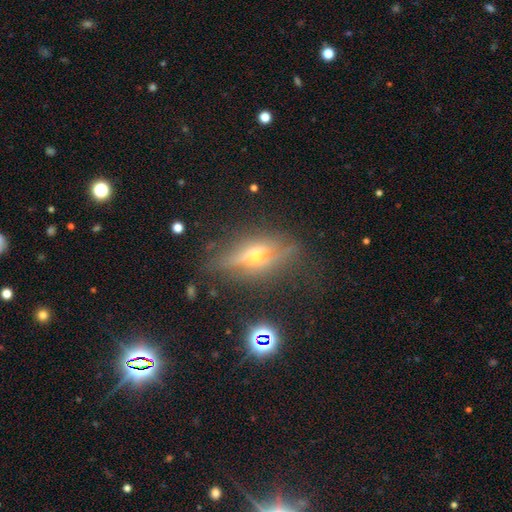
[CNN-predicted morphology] A featured or disk galaxy (65%) viewed edge-on (81%) with a rounded central bulge (92%).

Vote fractions:
- Smooth or featured? featured or disk: 65% / smooth: 22% / star or artifact: 13%
- Edge-on disk? yes: 81% / no: 19%
- Edge-on bulge? rounded: 92% / boxy: 4% / none: 3%
- Merging? none: 72% / minor disturbance: 18% / major disturbance: 8% / merger: 2%